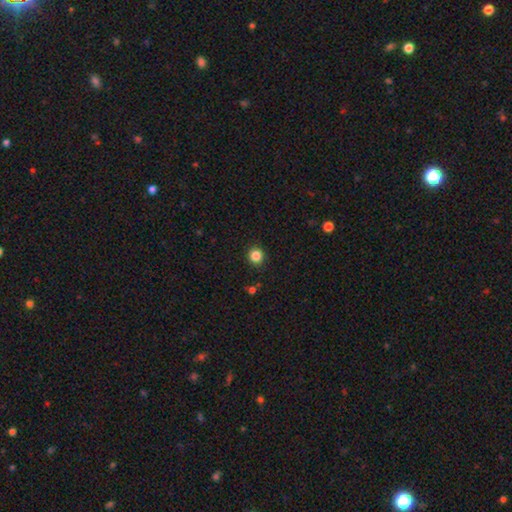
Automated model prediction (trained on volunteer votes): A smooth galaxy with no disk features (85%) that is round (90%). Merging: none (91%).